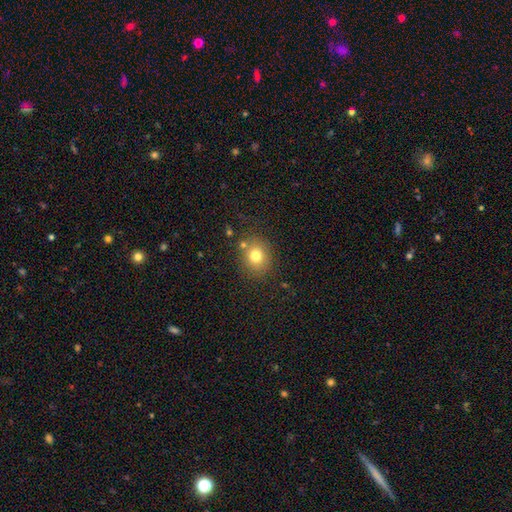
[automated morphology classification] A smooth galaxy with no disk features (76%) that is round (71%).

Vote fractions:
- Smooth or featured? smooth: 76% / star or artifact: 13% / featured or disk: 11%
- How rounded? round: 71% / in between: 28% / cigar-shaped: 1%
- Merging? none: 77% / minor disturbance: 11% / merger: 8% / major disturbance: 4%